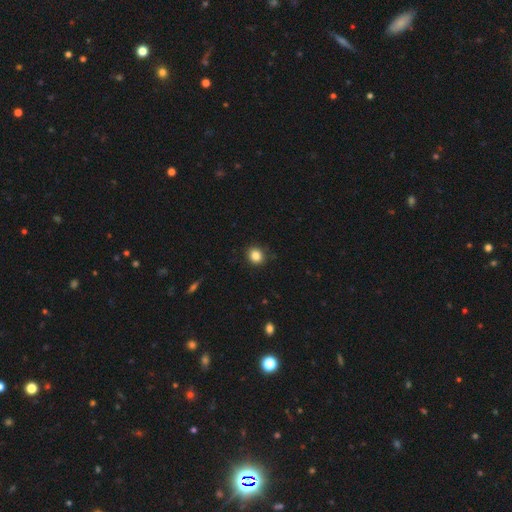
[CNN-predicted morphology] Overall: smooth (85%). How rounded: round (73%). Merging: none (87%).